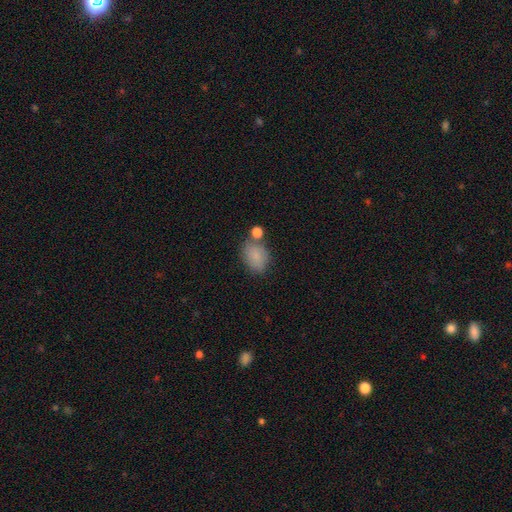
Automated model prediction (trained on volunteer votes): This appears to be a smooth galaxy with no disk features (83%) that is in between round and cigar-shaped (64%). Merging: none (64%).